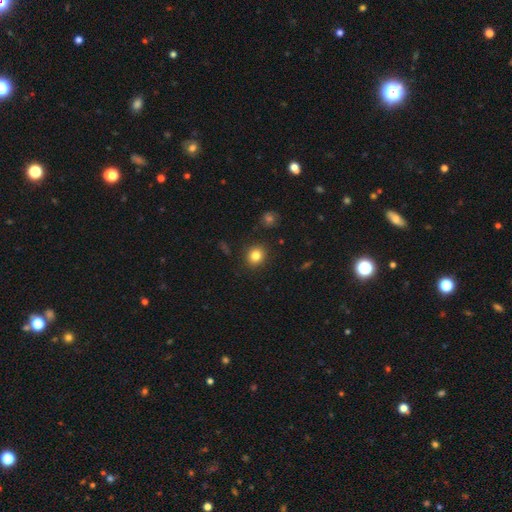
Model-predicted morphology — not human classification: Smooth or featured: smooth — 82% (star or artifact — 11%)
How rounded: round — 80% (in between — 19%)
Merging: none — 89% (minor disturbance — 7%)